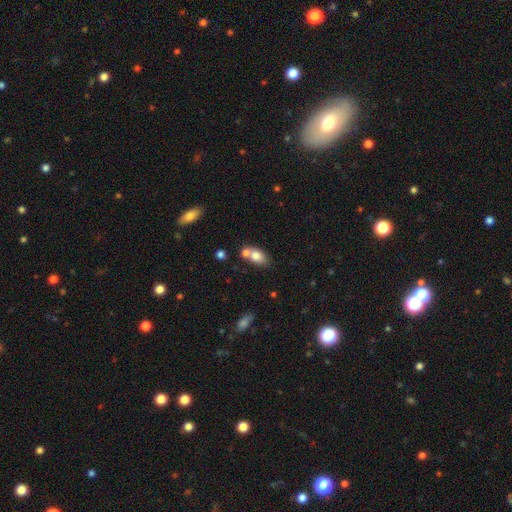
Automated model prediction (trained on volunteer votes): Overall: smooth (76%). How rounded: in between (82%). Merging: none (43%; merger 41%).